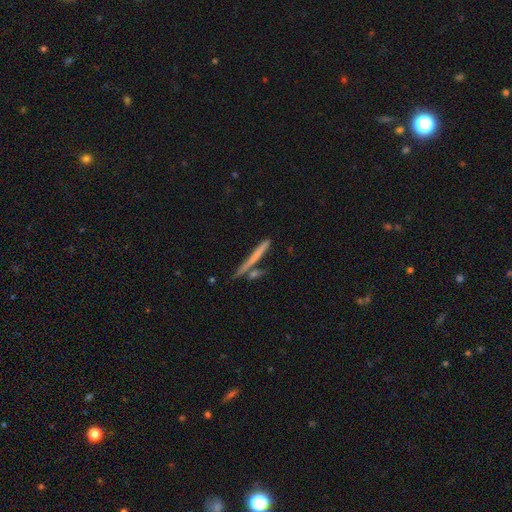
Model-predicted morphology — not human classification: This is possibly a smooth galaxy (55%). How rounded: clearly cigar-shaped (95%). Merging: likely none (76%).